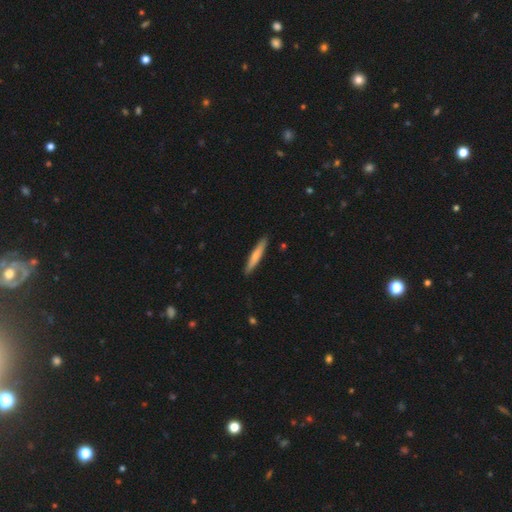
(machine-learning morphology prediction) A smooth galaxy with no disk features (69%) that is cigar-shaped (92%).

Vote fractions:
- Smooth or featured? smooth: 69% / featured or disk: 26% / star or artifact: 5%
- How rounded? cigar-shaped: 92% / in between: 6% / round: 1%
- Merging? none: 90% / minor disturbance: 7% / major disturbance: 1% / merger: 1%